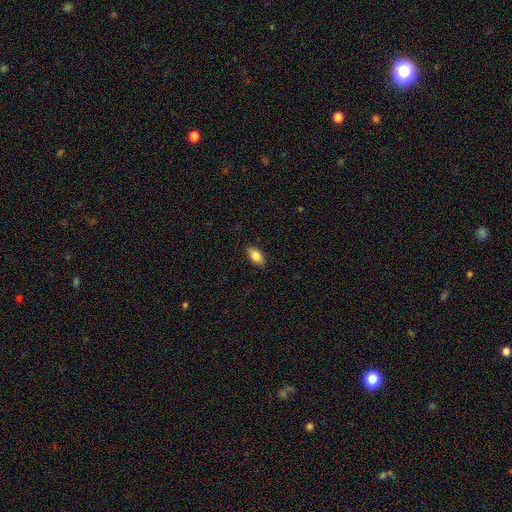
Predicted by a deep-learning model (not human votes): Smooth or featured? smooth (83%)
How rounded? in between (89%)
Merging? none (86%)